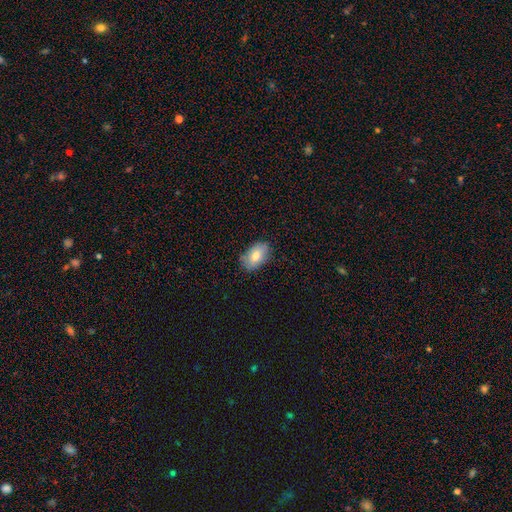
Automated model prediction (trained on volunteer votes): Smooth or featured? smooth (78%)
How rounded? in between (90%)
Merging? none (80%)